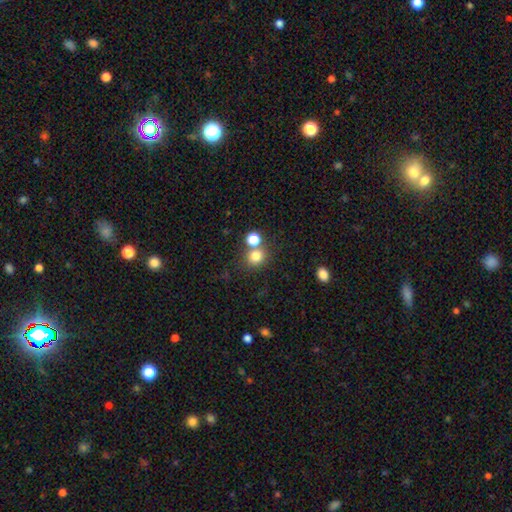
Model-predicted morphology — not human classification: Overall: smooth (78%). How rounded: round (84%). Merging: none (64%; merger 25%).